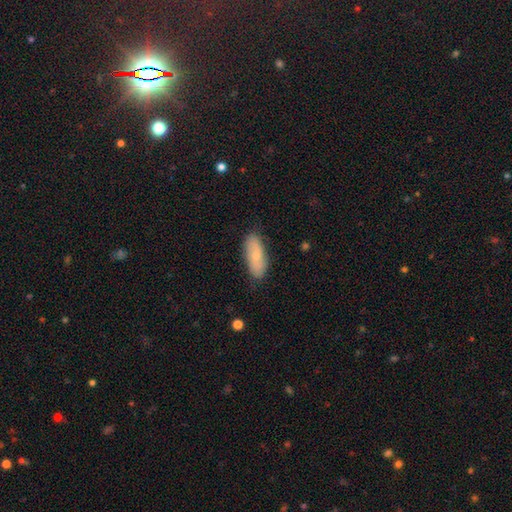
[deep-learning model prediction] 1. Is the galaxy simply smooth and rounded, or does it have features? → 68% smooth, 26% featured or disk, 6% star or artifact.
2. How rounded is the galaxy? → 75% in between, 23% cigar-shaped, 2% round.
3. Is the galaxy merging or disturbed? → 81% none, 15% minor disturbance, 3% major disturbance, 1% merger.